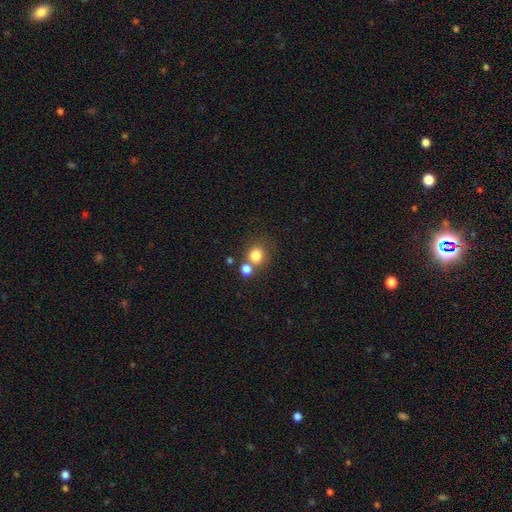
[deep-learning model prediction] Smooth or featured? smooth (79%)
How rounded? round (82%)
Merging? none (56%)